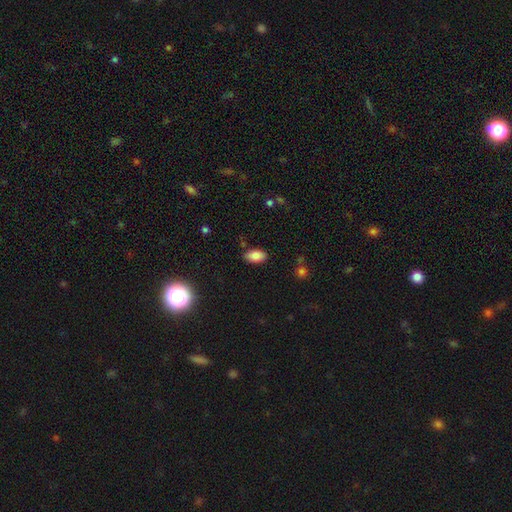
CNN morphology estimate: smooth_or_featured: smooth (p=0.83) [alt: star or artifact p=0.09]
how_rounded: in between (p=0.93) [alt: round p=0.04]
merging: none (p=0.84) [alt: minor disturbance p=0.12]